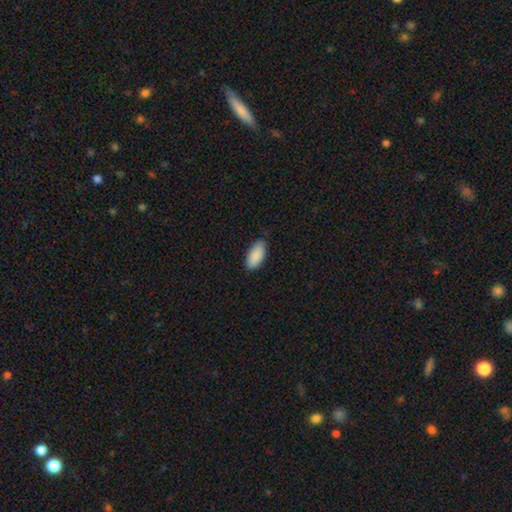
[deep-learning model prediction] Smooth or featured?
  - smooth: 90% *
  - star or artifact: 6%
  - featured or disk: 4%
How rounded?
  - in between: 91% *
  - cigar-shaped: 7%
  - round: 2%
Merging?
  - none: 82% *
  - minor disturbance: 15%
  - major disturbance: 2%
  - merger: 1%